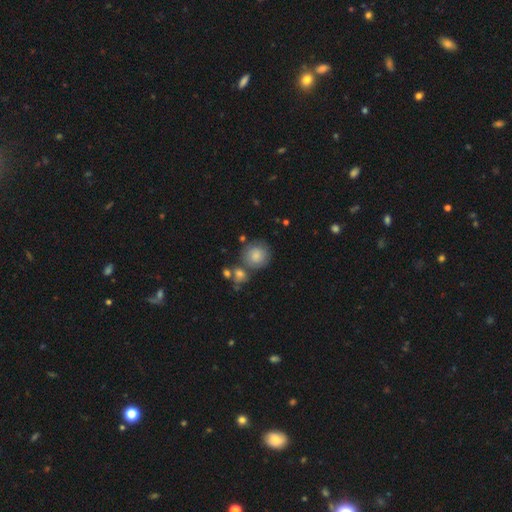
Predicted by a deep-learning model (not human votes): A smooth galaxy with no disk features (78%) that is round (86%). Merging: none (64%).